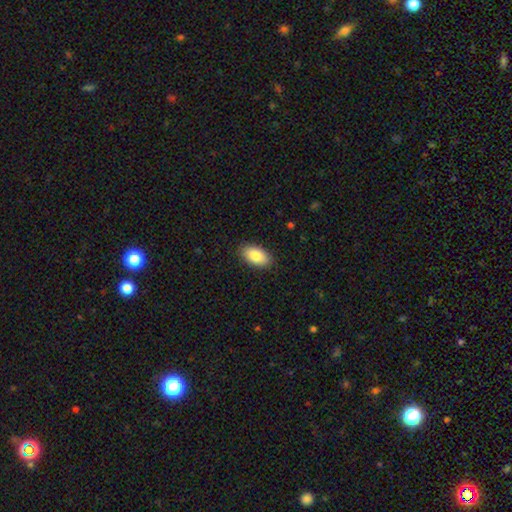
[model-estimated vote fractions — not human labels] smooth-or-featured: smooth: 84% | featured or disk: 9% | star or artifact: 6%
  how-rounded: in between: 94% | round: 4% | cigar-shaped: 2%
  merging: none: 88% | minor disturbance: 9% | major disturbance: 2% | merger: 1%